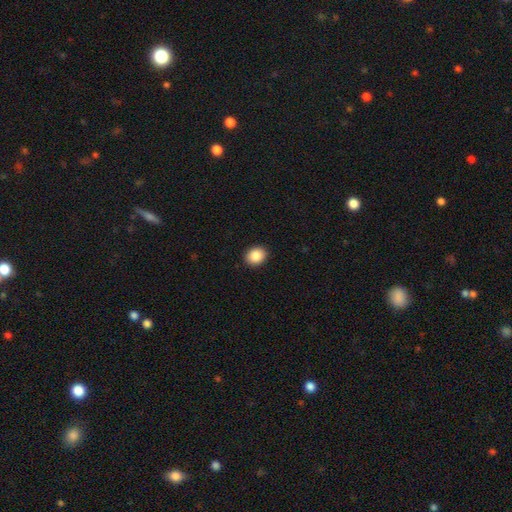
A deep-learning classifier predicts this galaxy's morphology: A smooth galaxy with no disk features (88%) that is round (59%). Merging: none (92%).